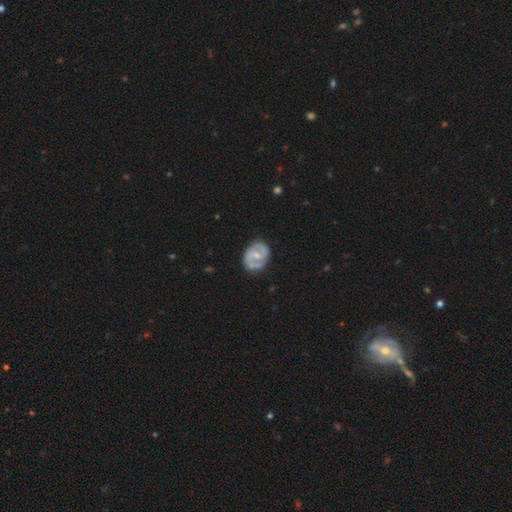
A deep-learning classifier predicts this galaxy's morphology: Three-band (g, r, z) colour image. It shows a featured or disk galaxy (75%) with a weak bar (47%), 2 (83%) medium (50%) spiral arms (87%) and a small central bulge (52%). Merging: none (72%).